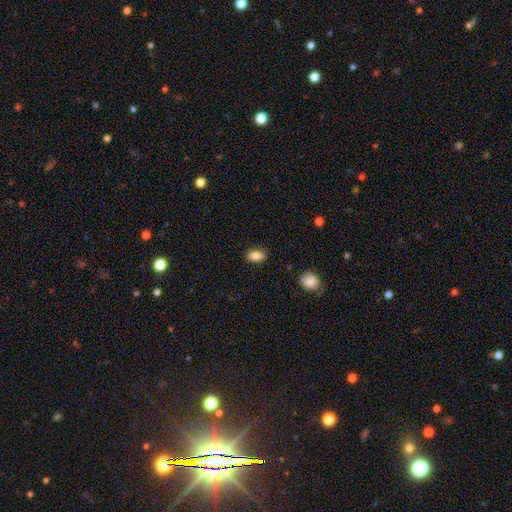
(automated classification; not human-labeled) smooth_or_featured: smooth (p=0.86) [alt: star or artifact p=0.08]
how_rounded: in between (p=0.88) [alt: round p=0.09]
merging: none (p=0.85) [alt: minor disturbance p=0.11]